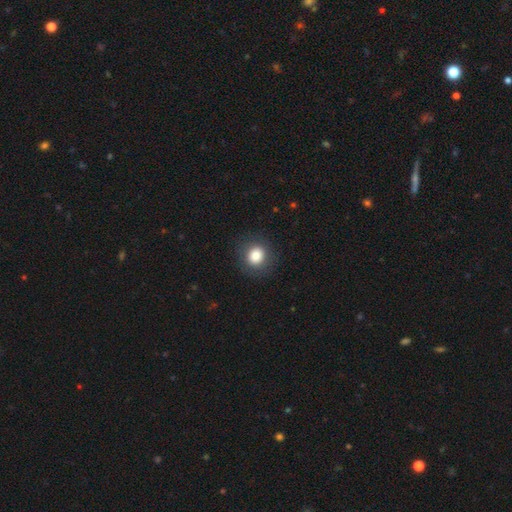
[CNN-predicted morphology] Smooth or featured: smooth — 83% (star or artifact — 10%)
How rounded: round — 87% (in between — 12%)
Merging: none — 88% (minor disturbance — 7%)